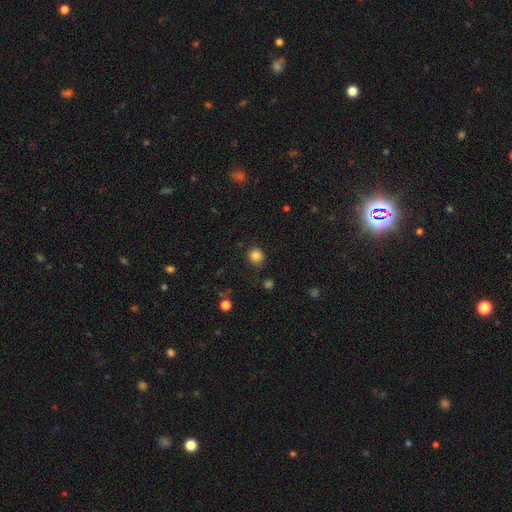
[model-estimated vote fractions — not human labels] Q: Smooth or featured?
A: smooth (84%); runner-up: star or artifact (12%)
Q: How rounded?
A: round (80%); runner-up: in between (19%)
Q: Merging?
A: none (83%); runner-up: minor disturbance (12%)